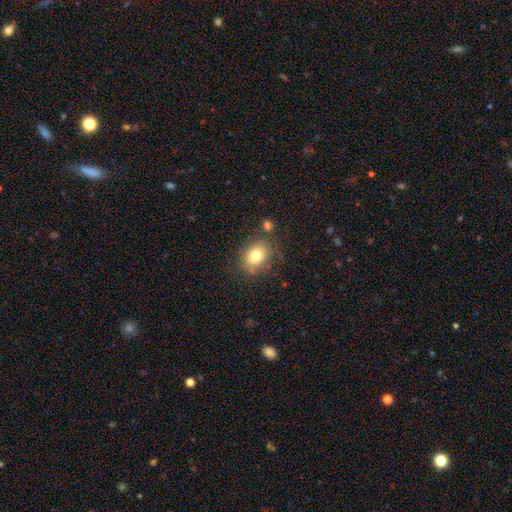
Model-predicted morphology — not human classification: type=smooth (77%); roundness=in between (57%); merging=none (75%).